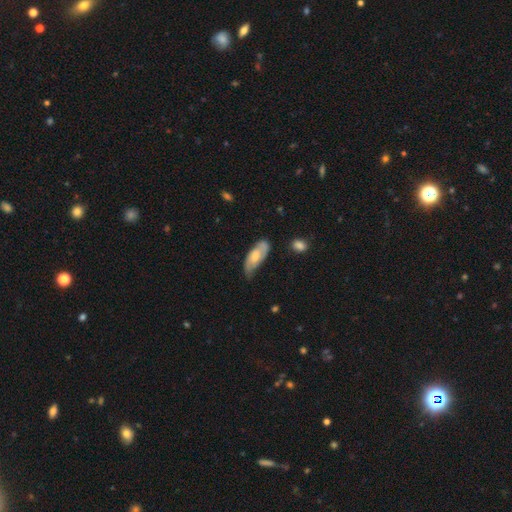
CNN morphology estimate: A smooth galaxy with no disk features (51%) that is in between round and cigar-shaped (76%).

Vote fractions:
- Smooth or featured? smooth: 51% / featured or disk: 43% / star or artifact: 6%
- How rounded? in between: 76% / cigar-shaped: 22% / round: 2%
- Merging? none: 50% / minor disturbance: 36% / major disturbance: 11% / merger: 3%